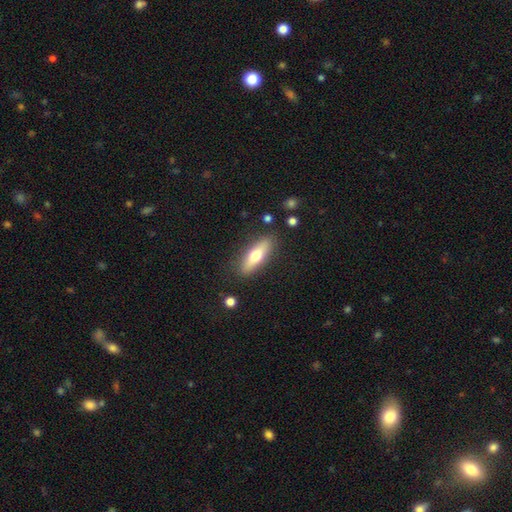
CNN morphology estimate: This is possibly a smooth galaxy (58%). How rounded: possibly cigar-shaped (53%). Merging: clearly none (86%).